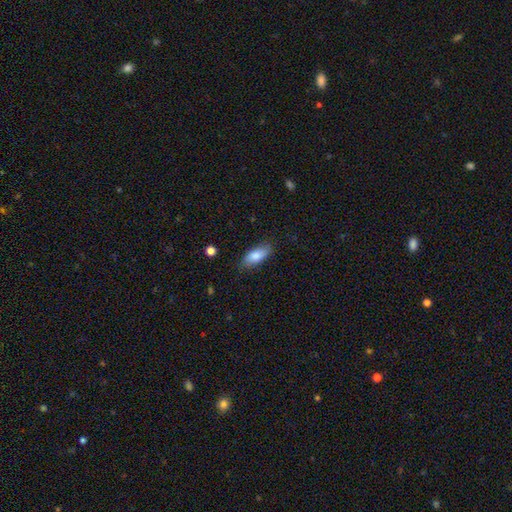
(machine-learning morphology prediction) type=smooth (82%); roundness=in between (81%); merging=none (81%).